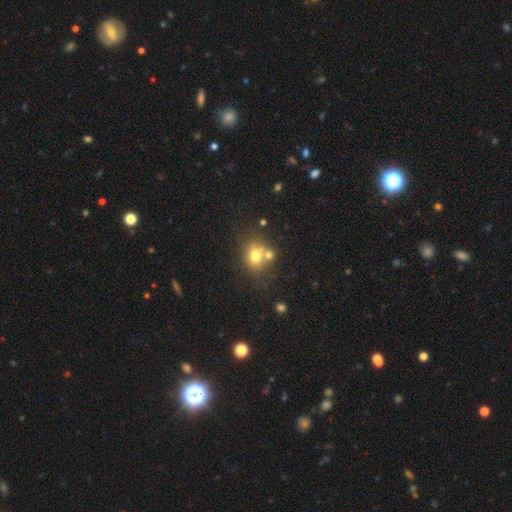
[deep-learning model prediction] Q: Smooth or featured?
A: smooth (70%); runner-up: featured or disk (17%)
Q: How rounded?
A: round (64%); runner-up: in between (35%)
Q: Merging?
A: none (51%); runner-up: merger (31%)